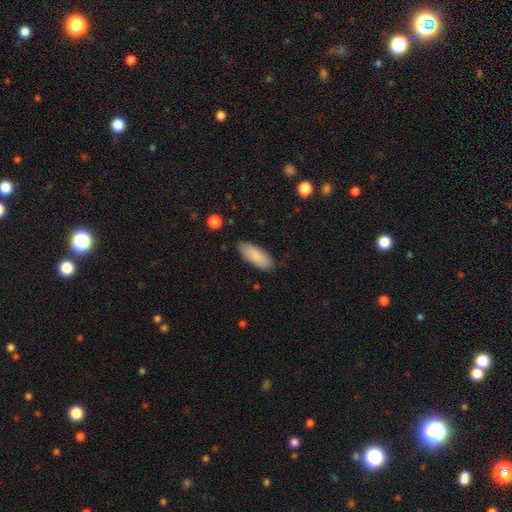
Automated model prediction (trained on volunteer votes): Smooth or featured?
  - smooth: 87% *
  - featured or disk: 7%
  - star or artifact: 6%
How rounded?
  - in between: 77% *
  - cigar-shaped: 21%
  - round: 2%
Merging?
  - none: 86% *
  - minor disturbance: 11%
  - major disturbance: 2%
  - merger: 1%